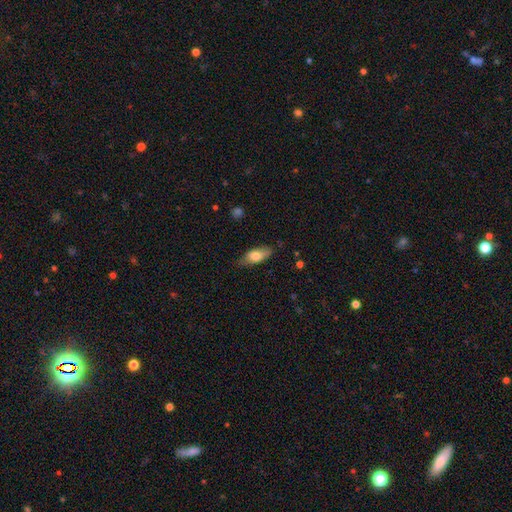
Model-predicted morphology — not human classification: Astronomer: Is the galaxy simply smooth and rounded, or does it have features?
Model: smooth — 70%.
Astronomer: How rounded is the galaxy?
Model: in between — 76%.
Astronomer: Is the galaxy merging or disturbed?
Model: none — 75%.